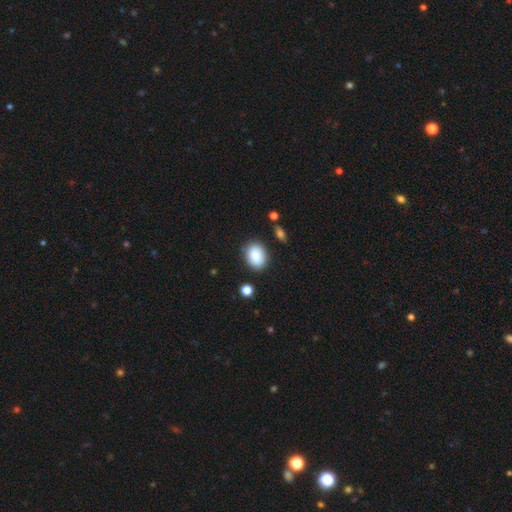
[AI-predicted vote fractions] The model was most divided on "how rounded": in between: 72%, round: 27%, cigar-shaped: 1%. More confident: smooth or featured — smooth (86%); merging — none (82%).